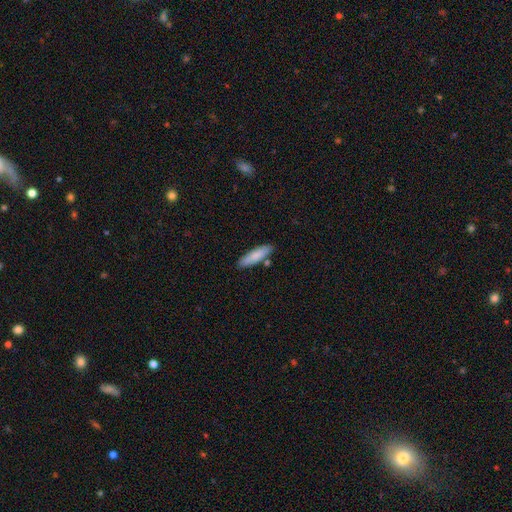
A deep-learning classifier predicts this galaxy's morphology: A smooth galaxy with no disk features (82%) that is cigar-shaped (67%).

Vote fractions:
- Smooth or featured? smooth: 82% / featured or disk: 12% / star or artifact: 6%
- How rounded? cigar-shaped: 67% / in between: 32% / round: 2%
- Merging? none: 82% / minor disturbance: 11% / merger: 5% / major disturbance: 2%